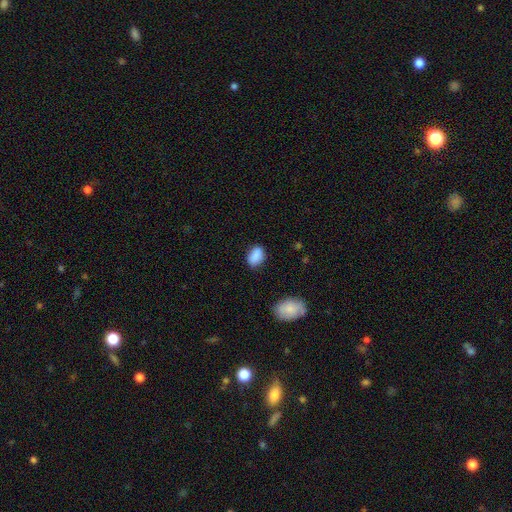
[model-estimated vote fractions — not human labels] Morphology: type=smooth (88%); roundness=in between (85%); merging=none (81%).